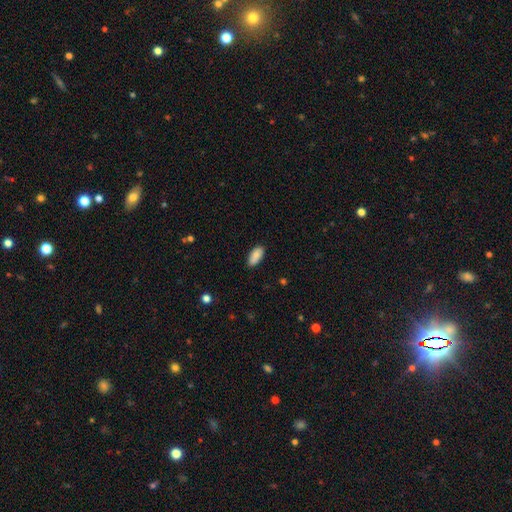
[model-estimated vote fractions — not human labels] Smooth or featured?
  - smooth: 83% *
  - featured or disk: 10%
  - star or artifact: 7%
How rounded?
  - in between: 89% *
  - cigar-shaped: 9%
  - round: 2%
Merging?
  - none: 78% *
  - minor disturbance: 15%
  - merger: 4%
  - major disturbance: 3%